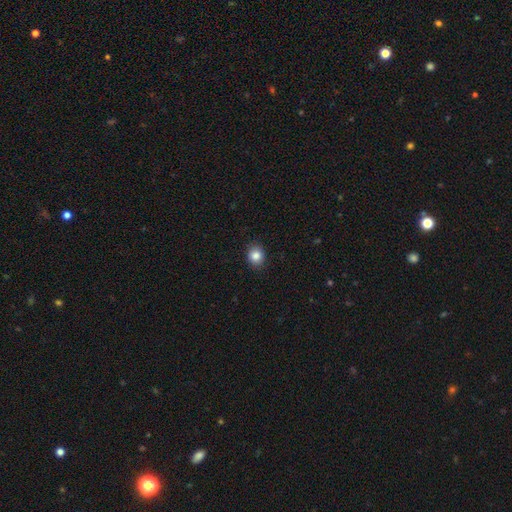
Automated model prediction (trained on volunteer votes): The model was most divided on "how rounded": round: 71%, in between: 28%, cigar-shaped: 1%. More confident: merging — none (89%); smooth or featured — smooth (85%).